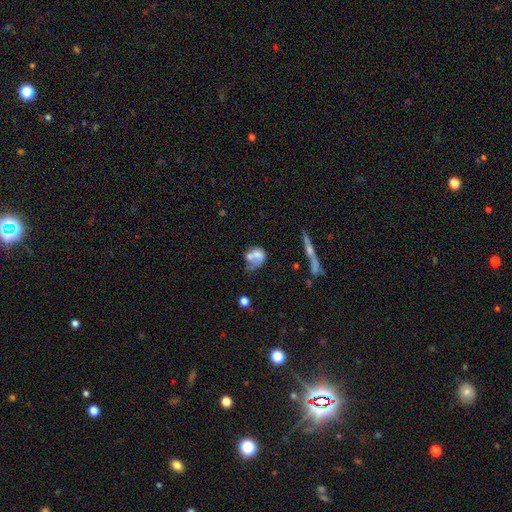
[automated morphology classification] Smooth or featured? smooth (56%)
How rounded? in between (57%)
Merging? merger (36%)